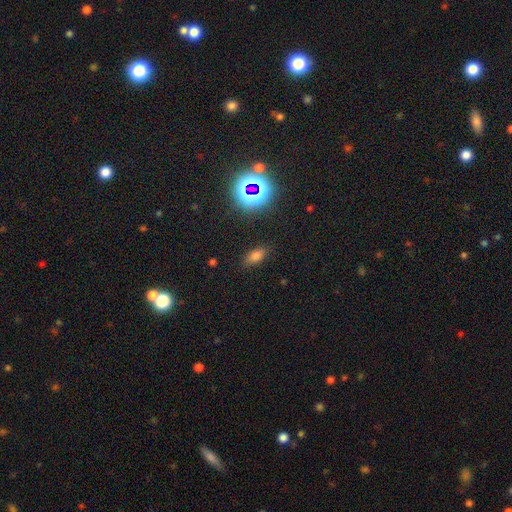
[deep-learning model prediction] smooth 72%, star or artifact 20%, featured or disk 9%. Down the decision tree: how rounded — in between (85%); merging — none (84%).